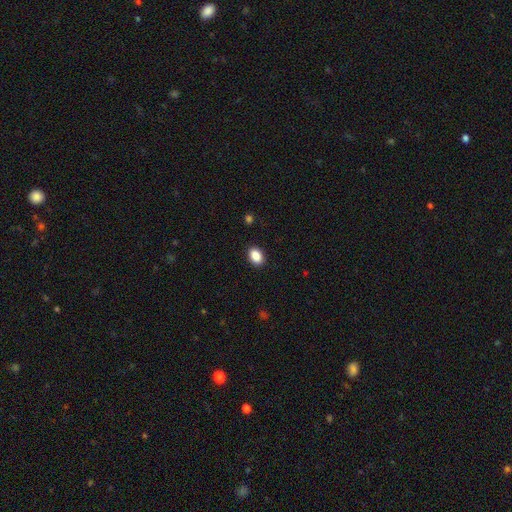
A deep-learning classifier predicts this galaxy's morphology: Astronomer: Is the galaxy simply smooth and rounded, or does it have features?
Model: smooth — 89%.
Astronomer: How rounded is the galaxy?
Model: in between — 82%.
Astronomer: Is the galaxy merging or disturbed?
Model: none — 90%.